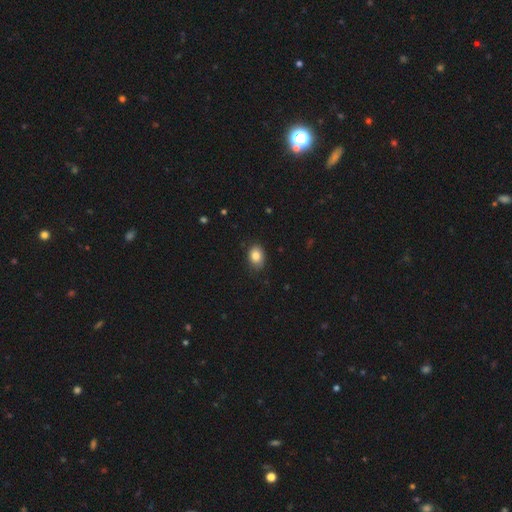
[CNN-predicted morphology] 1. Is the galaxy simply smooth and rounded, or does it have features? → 85% smooth, 8% star or artifact, 7% featured or disk.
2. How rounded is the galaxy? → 73% in between, 26% round, 1% cigar-shaped.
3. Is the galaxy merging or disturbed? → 80% none, 16% minor disturbance, 3% major disturbance, 1% merger.